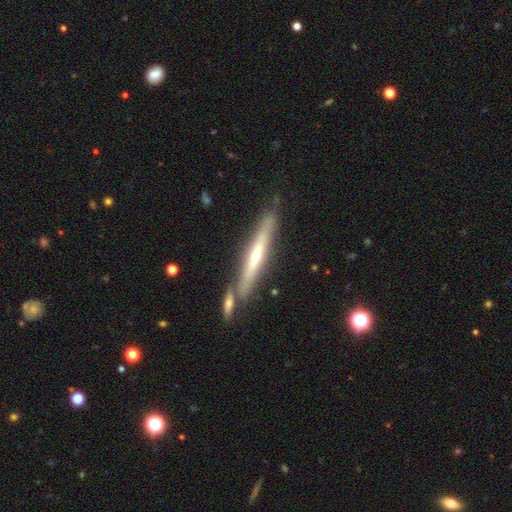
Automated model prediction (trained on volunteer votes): The model was most divided on "edge-on bulge": rounded: 60%, none: 34%, boxy: 6%. More confident: edge-on disk — yes (90%); merging — none (73%); smooth or featured — featured or disk (63%).